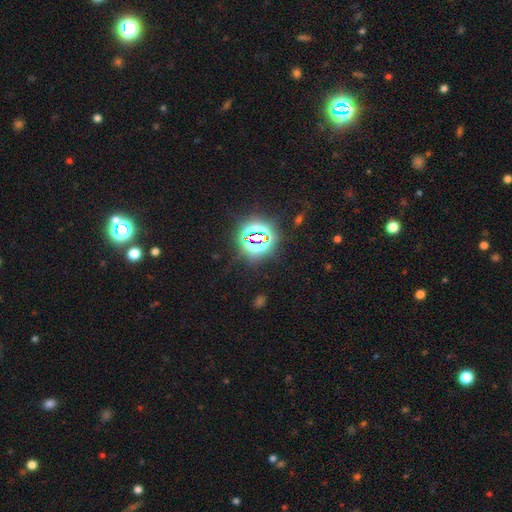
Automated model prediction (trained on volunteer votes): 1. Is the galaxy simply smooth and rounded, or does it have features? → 81% star or artifact, 13% smooth, 6% featured or disk.